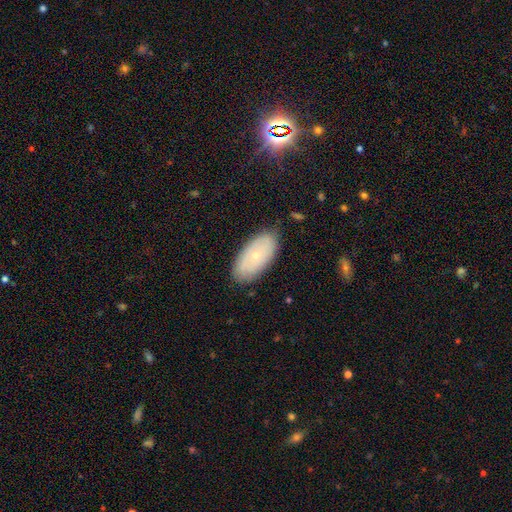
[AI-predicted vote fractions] smooth_or_featured: smooth (p=0.55) [alt: featured or disk p=0.37]
how_rounded: in between (p=0.93) [alt: cigar-shaped p=0.04]
merging: none (p=0.83) [alt: minor disturbance p=0.13]